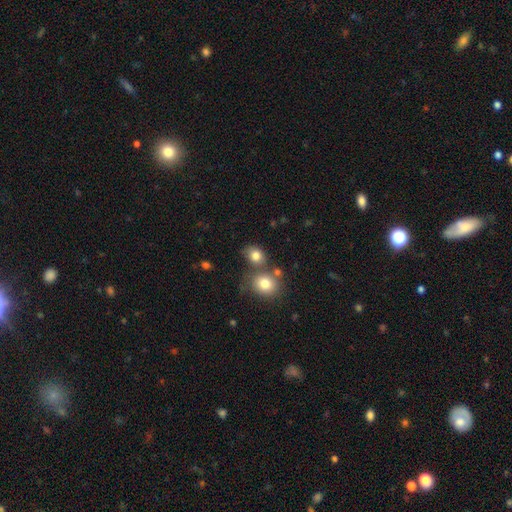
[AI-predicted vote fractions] This appears to be a smooth galaxy with no disk features (81%) that is round (57%). Merging: none (57%).